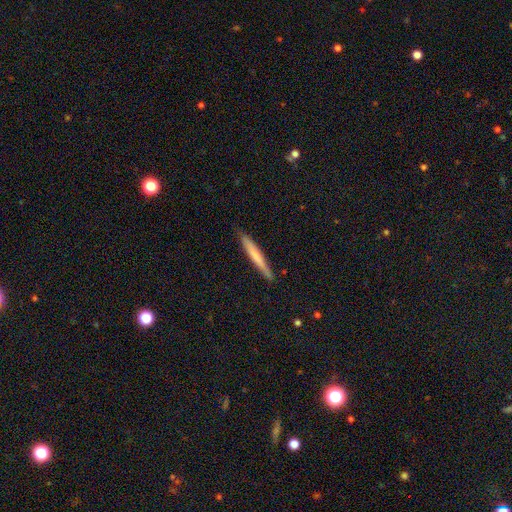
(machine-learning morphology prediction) smooth 63%, featured or disk 32%, star or artifact 5%. Down the decision tree: how rounded — cigar-shaped (96%); merging — none (89%).